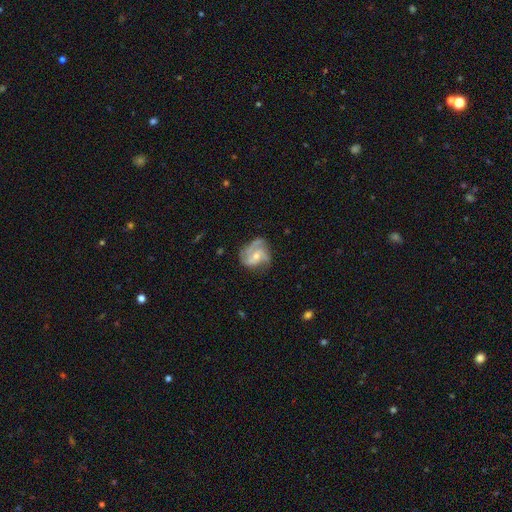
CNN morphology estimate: smooth-or-featured: featured or disk: 73% | smooth: 20% | star or artifact: 7%
  disk-edge-on: no: 98% | yes: 2%
    bar: no: 62% | weak: 31% | strong: 7%
    has-spiral-arms: yes: 87% | no: 13%
      spiral-winding: medium: 46% | tight: 31% | loose: 23%
      spiral-arm-count: 3: 45% | 2: 22% | can't tell: 17% | 4: 8% | 1: 5% | more than 4: 3%
    bulge-size: small: 49% | moderate: 46% | none: 3% | large: 2% | dominant: 1%
  merging: none: 54% | minor disturbance: 26% | major disturbance: 18% | merger: 2%